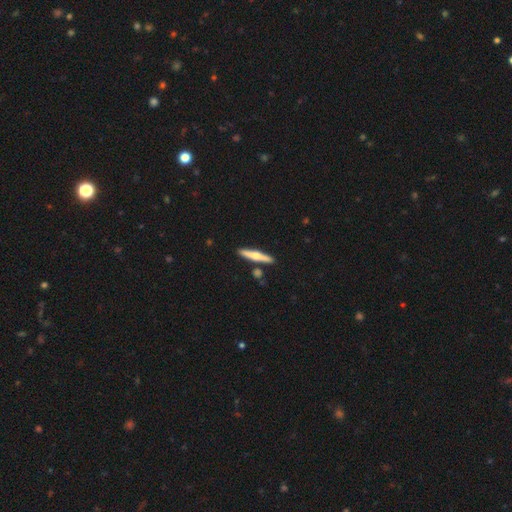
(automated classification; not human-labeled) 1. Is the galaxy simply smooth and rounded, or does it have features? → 49% featured or disk, 46% smooth, 5% star or artifact.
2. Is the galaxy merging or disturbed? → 85% none, 8% minor disturbance, 5% merger, 2% major disturbance.